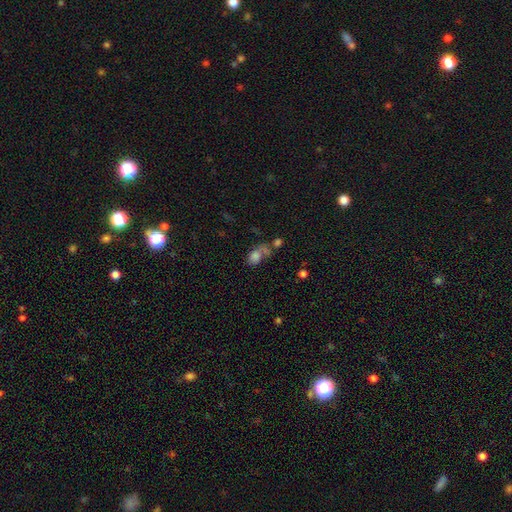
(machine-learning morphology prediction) smooth 65%, star or artifact 17%, featured or disk 17%. Down the decision tree: how rounded — in between (76%); merging — merger (35%).